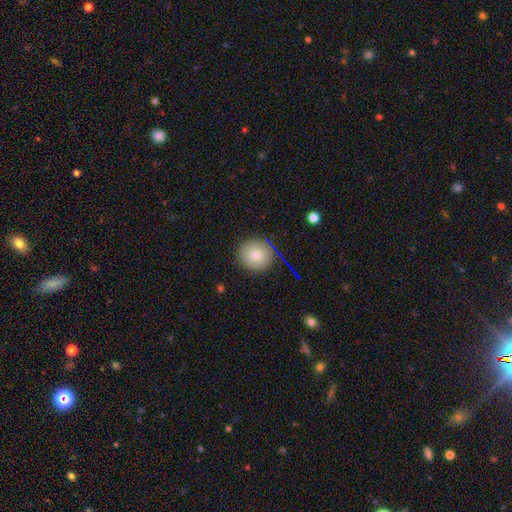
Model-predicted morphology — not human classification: smooth-or-featured: smooth: 79% | featured or disk: 11% | star or artifact: 10%
  how-rounded: round: 90% | in between: 9% | cigar-shaped: 1%
  merging: none: 88% | minor disturbance: 8% | major disturbance: 2% | merger: 2%